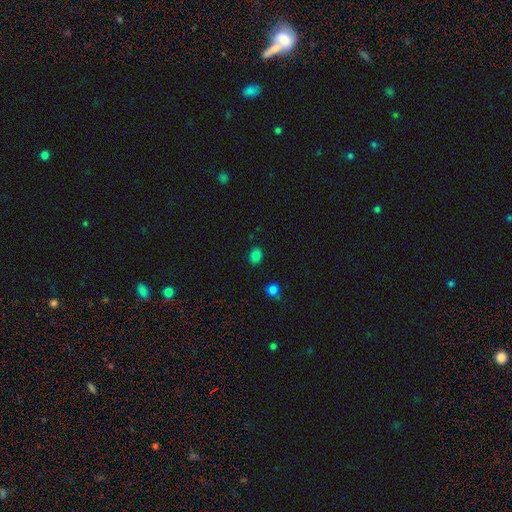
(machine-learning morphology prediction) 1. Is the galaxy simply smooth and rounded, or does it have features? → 83% smooth, 14% star or artifact, 4% featured or disk.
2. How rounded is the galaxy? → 50% round, 49% in between, 1% cigar-shaped.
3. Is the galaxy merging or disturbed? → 86% none, 9% minor disturbance, 2% major disturbance, 2% merger.